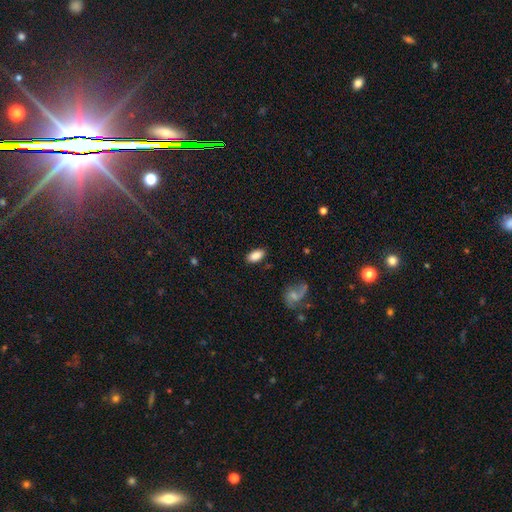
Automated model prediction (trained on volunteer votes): Smooth or featured? Predicted: smooth (p=0.85). How rounded? Predicted: in between (p=0.93). Merging? Predicted: none (p=0.84).